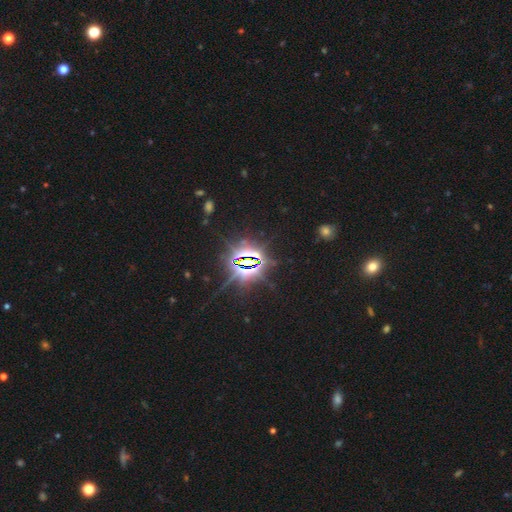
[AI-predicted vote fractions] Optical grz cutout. It shows a star or artifact, not a galaxy (86%).